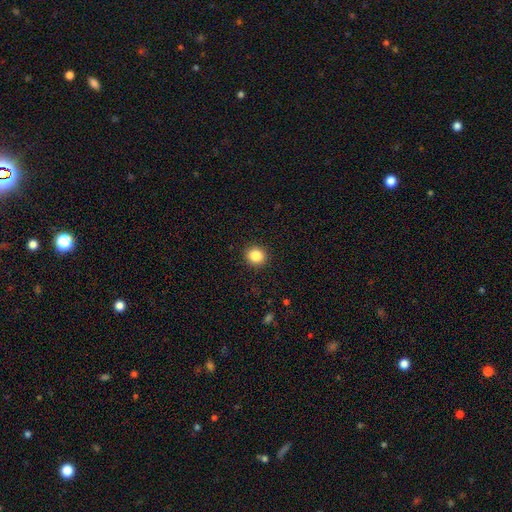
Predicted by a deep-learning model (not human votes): smooth_or_featured: smooth (p=0.86) [alt: star or artifact p=0.10]
how_rounded: round (p=0.83) [alt: in between p=0.16]
merging: none (p=0.91) [alt: minor disturbance p=0.06]